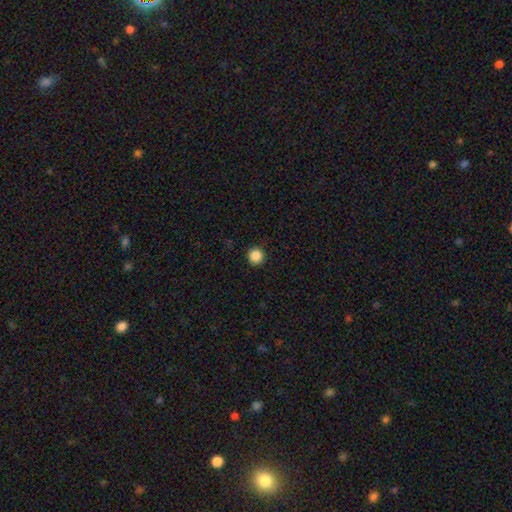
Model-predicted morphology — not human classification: smooth-or-featured: smooth: 87% | star or artifact: 10% | featured or disk: 3%
  how-rounded: round: 96% | in between: 3% | cigar-shaped: 1%
  merging: none: 92% | minor disturbance: 6% | major disturbance: 2% | merger: 1%